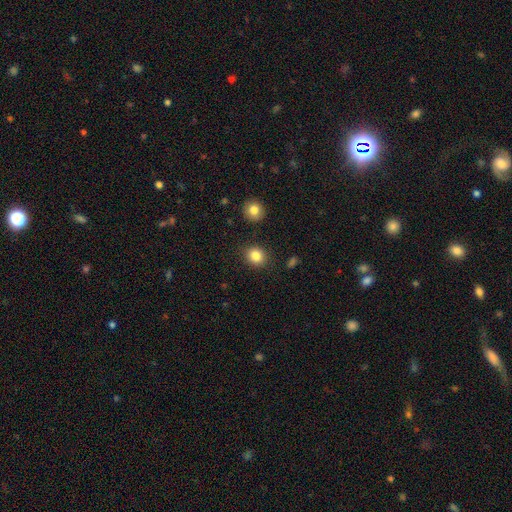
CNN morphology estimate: Smooth or featured? smooth (84%)
How rounded? round (75%)
Merging? none (88%)